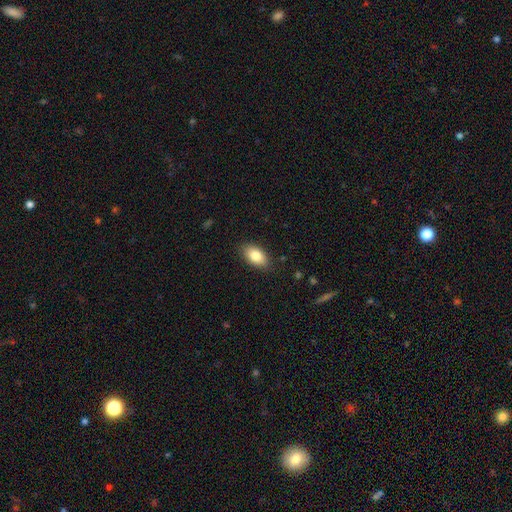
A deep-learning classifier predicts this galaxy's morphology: Smooth or featured?
  - smooth: 83% *
  - featured or disk: 10%
  - star or artifact: 7%
How rounded?
  - in between: 92% *
  - round: 6%
  - cigar-shaped: 2%
Merging?
  - none: 86% *
  - minor disturbance: 11%
  - major disturbance: 2%
  - merger: 1%